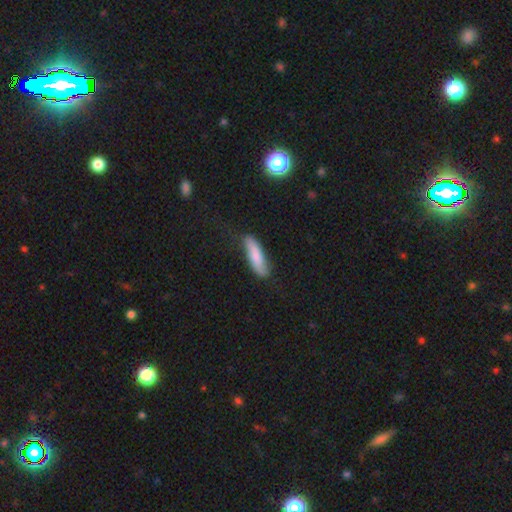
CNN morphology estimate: The model was most divided on "how rounded": cigar-shaped: 69%, in between: 30%, round: 2%. More confident: smooth or featured — smooth (78%); merging — none (73%).